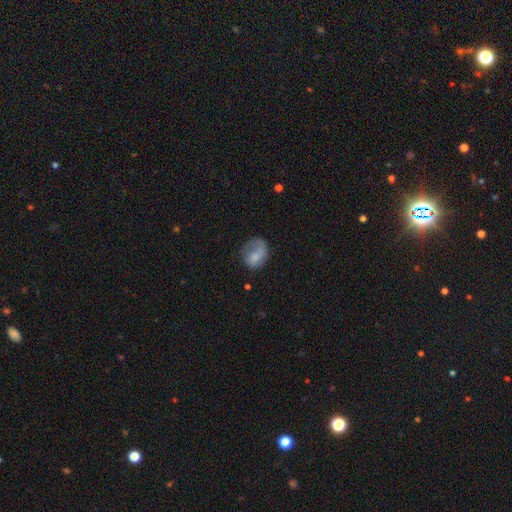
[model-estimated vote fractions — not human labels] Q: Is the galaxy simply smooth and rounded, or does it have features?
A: smooth — 63%.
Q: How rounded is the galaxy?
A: in between — 56%.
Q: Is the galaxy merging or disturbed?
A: none — 38%.